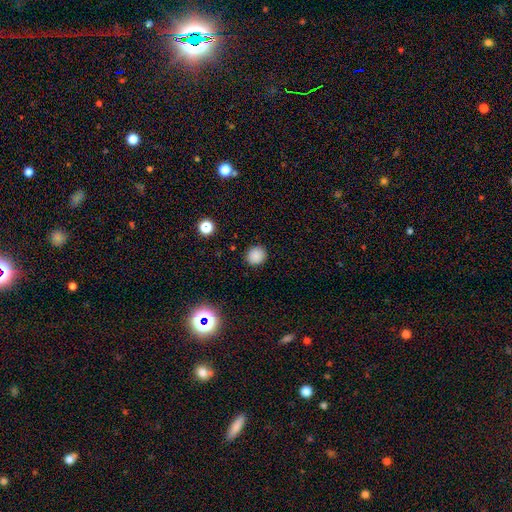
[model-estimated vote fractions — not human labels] smooth_or_featured: smooth (p=0.85) [alt: star or artifact p=0.12]
how_rounded: round (p=0.84) [alt: in between p=0.15]
merging: none (p=0.90) [alt: minor disturbance p=0.07]